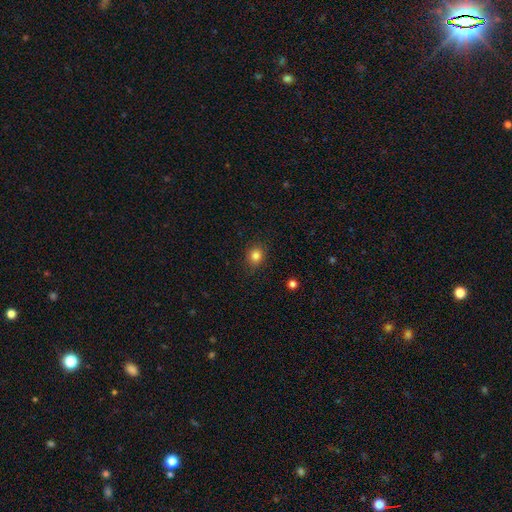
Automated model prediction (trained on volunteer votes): smooth-or-featured: smooth: 83% | star or artifact: 12% | featured or disk: 5%
  how-rounded: round: 73% | in between: 26% | cigar-shaped: 1%
  merging: none: 86% | minor disturbance: 11% | major disturbance: 3% | merger: 1%